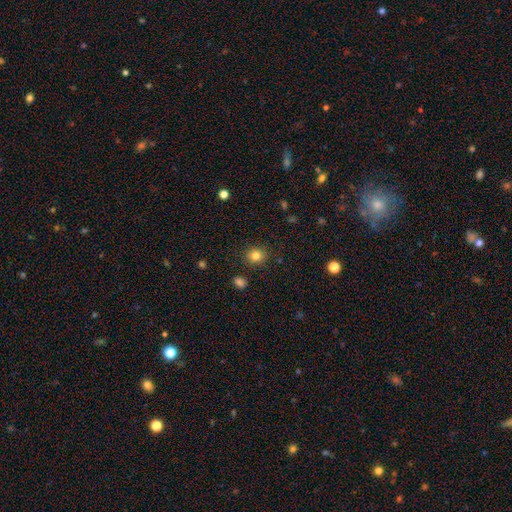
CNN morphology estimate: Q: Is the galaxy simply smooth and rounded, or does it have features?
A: smooth — 82%.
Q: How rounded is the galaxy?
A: round — 82%.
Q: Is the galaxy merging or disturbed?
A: none — 88%.